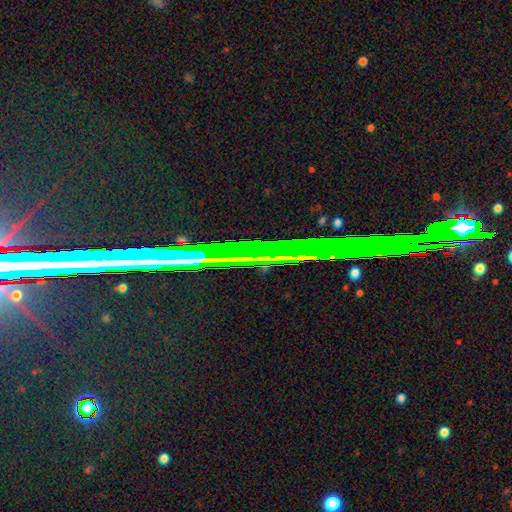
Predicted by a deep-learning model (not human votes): Morphology: type=star or artifact (76%).